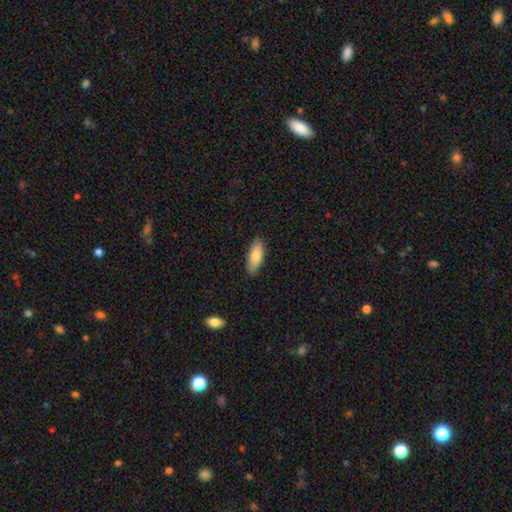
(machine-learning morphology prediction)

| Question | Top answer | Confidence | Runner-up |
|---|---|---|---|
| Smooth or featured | smooth | 82% | featured or disk (12%) |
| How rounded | in between | 74% | cigar-shaped (24%) |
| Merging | none | 88% | minor disturbance (9%) |